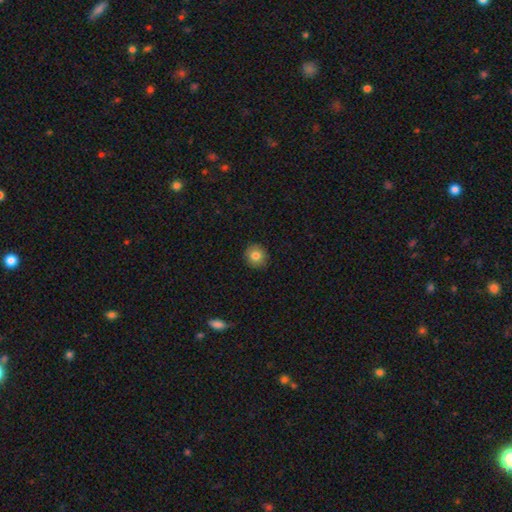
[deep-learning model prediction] This is clearly a smooth galaxy (82%). How rounded: clearly round (87%). Merging: clearly none (90%).